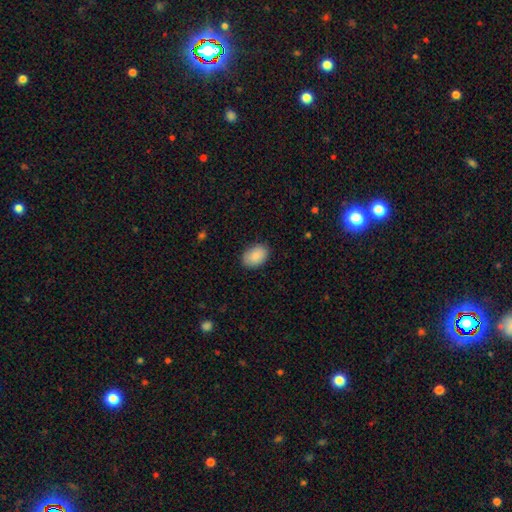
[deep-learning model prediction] The model was most divided on "how rounded": in between: 83%, round: 16%, cigar-shaped: 1%. More confident: smooth or featured — smooth (88%); merging — none (86%).